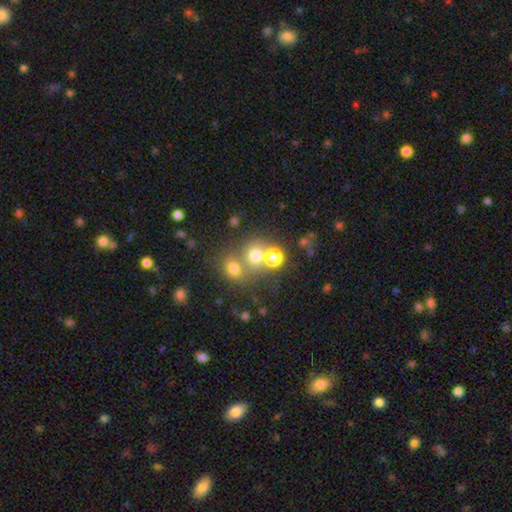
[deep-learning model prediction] Smooth or featured?
  - smooth: 67% *
  - star or artifact: 21%
  - featured or disk: 12%
How rounded?
  - round: 79% *
  - in between: 20%
  - cigar-shaped: 1%
Merging?
  - none: 50% *
  - merger: 37%
  - minor disturbance: 8%
  - major disturbance: 5%